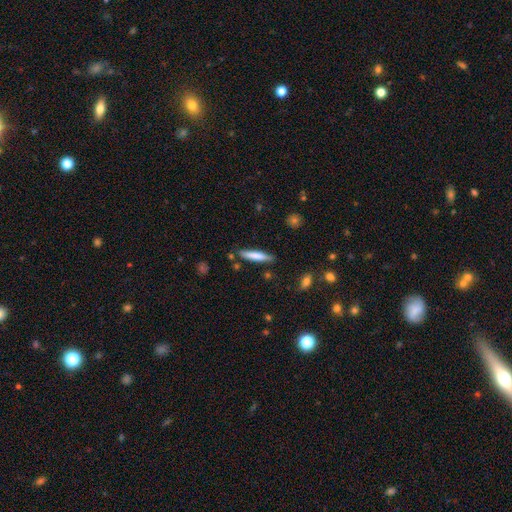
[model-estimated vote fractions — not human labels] Smooth or featured: smooth — 69% (featured or disk — 25%)
How rounded: cigar-shaped — 90% (in between — 9%)
Merging: none — 85% (minor disturbance — 11%)